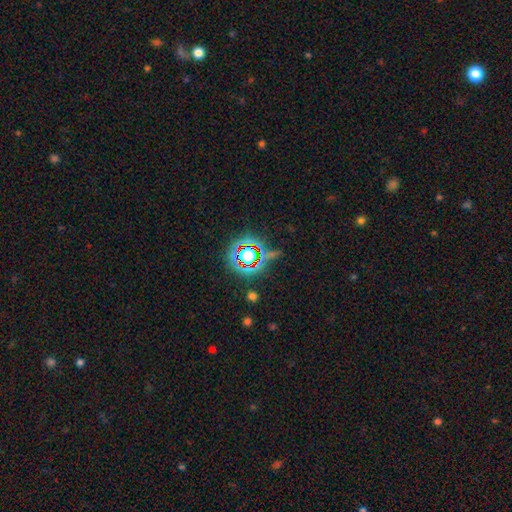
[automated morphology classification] smooth-or-featured: star or artifact: 78% | smooth: 13% | featured or disk: 9%